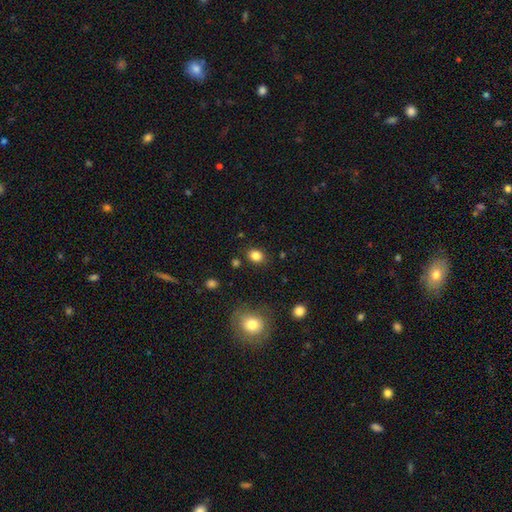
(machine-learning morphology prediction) Overall: smooth (83%). How rounded: round (53%; in between 47%). Merging: none (85%).